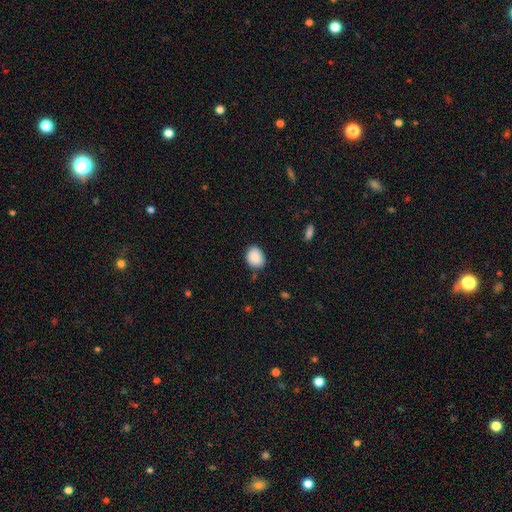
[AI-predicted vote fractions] Smooth or featured? smooth (89%)
How rounded? round (51%)
Merging? none (79%)